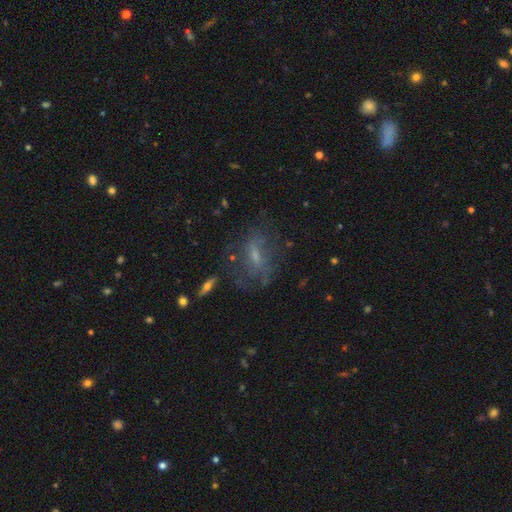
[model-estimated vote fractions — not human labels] Smooth or featured?
  - featured or disk: 49% *
  - smooth: 35%
  - star or artifact: 16%
Merging?
  - none: 56% *
  - minor disturbance: 21%
  - major disturbance: 20%
  - merger: 3%